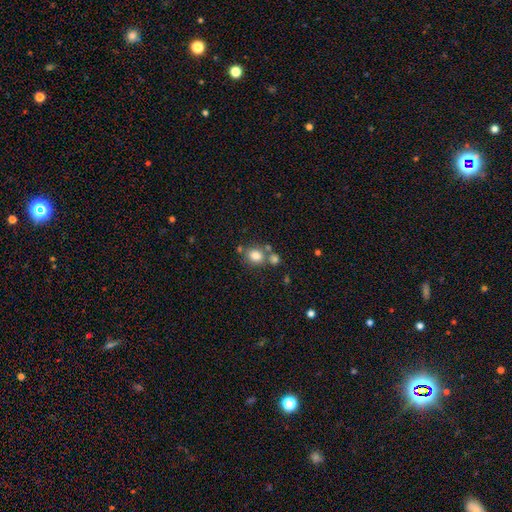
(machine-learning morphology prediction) A smooth galaxy with no disk features (80%) that is round (62%).

Vote fractions:
- Smooth or featured? smooth: 80% / star or artifact: 11% / featured or disk: 9%
- How rounded? round: 62% / in between: 37% / cigar-shaped: 1%
- Merging? none: 58% / merger: 25% / minor disturbance: 12% / major disturbance: 4%